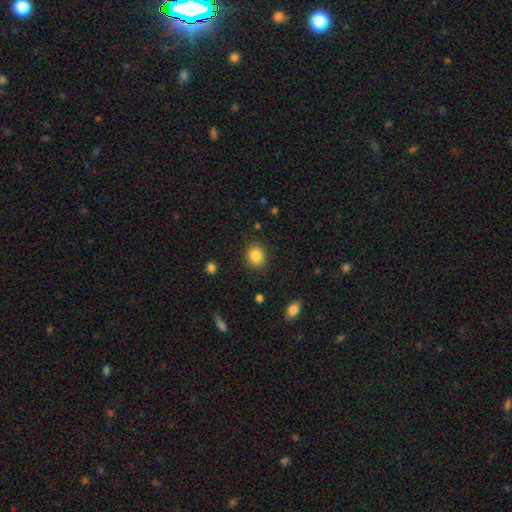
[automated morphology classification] Smooth or featured: smooth — 85% (star or artifact — 10%)
How rounded: round — 74% (in between — 25%)
Merging: none — 88% (minor disturbance — 8%)